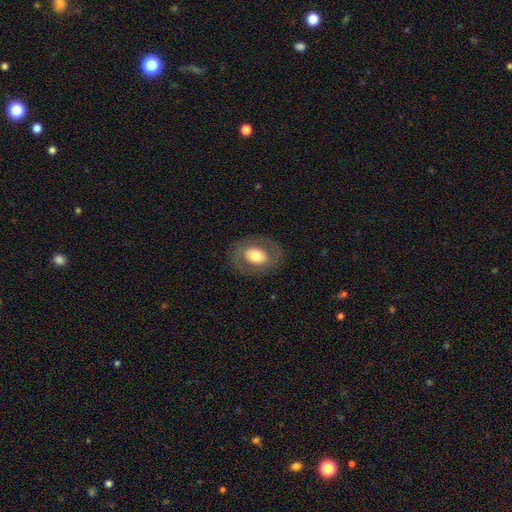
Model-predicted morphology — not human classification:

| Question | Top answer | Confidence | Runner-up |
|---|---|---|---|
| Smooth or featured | smooth | 54% | featured or disk (39%) |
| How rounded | in between | 65% | round (34%) |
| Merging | none | 81% | minor disturbance (11%) |